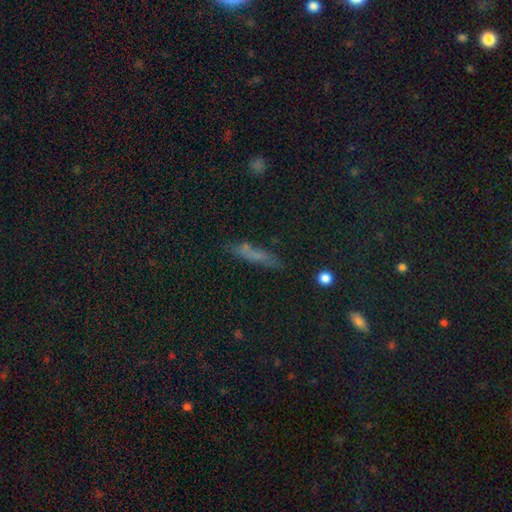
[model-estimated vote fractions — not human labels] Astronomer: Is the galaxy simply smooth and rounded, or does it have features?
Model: smooth — 51% (runner-up: star or artifact, 27%).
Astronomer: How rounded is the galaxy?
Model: cigar-shaped — 83%.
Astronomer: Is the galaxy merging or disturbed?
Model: none — 80%.